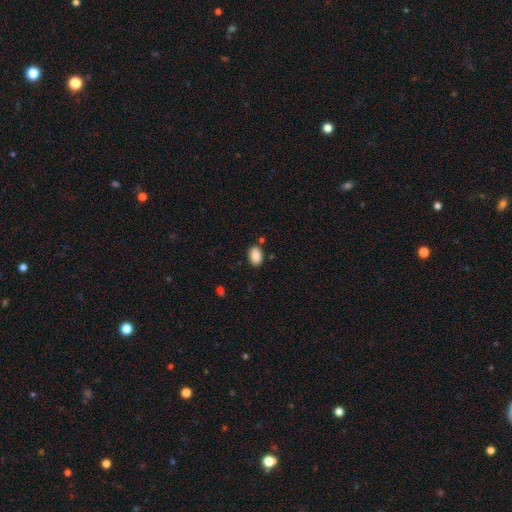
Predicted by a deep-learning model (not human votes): A smooth galaxy with no disk features (89%) that is in between round and cigar-shaped (87%).

Vote fractions:
- Smooth or featured? smooth: 89% / star or artifact: 8% / featured or disk: 3%
- How rounded? in between: 87% / round: 11% / cigar-shaped: 1%
- Merging? none: 81% / minor disturbance: 12% / merger: 4% / major disturbance: 3%